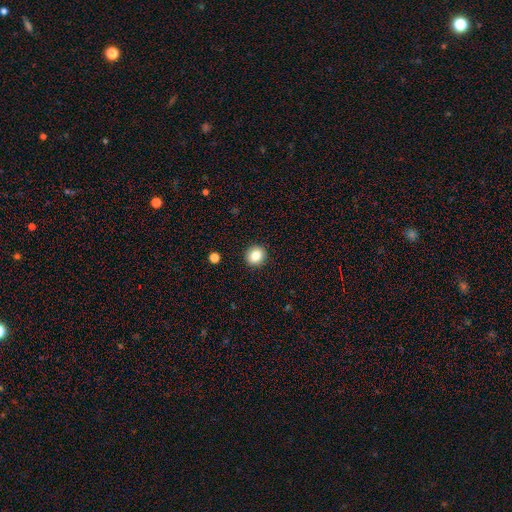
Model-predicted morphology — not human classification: type=smooth (84%); roundness=round (84%); merging=none (92%).